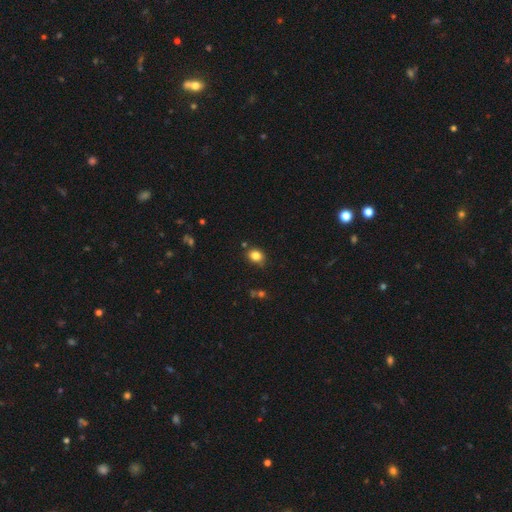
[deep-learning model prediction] Smooth or featured?
  - smooth: 83% *
  - star or artifact: 11%
  - featured or disk: 6%
How rounded?
  - round: 52% *
  - in between: 47%
  - cigar-shaped: 1%
Merging?
  - none: 77% *
  - minor disturbance: 16%
  - merger: 3%
  - major disturbance: 3%